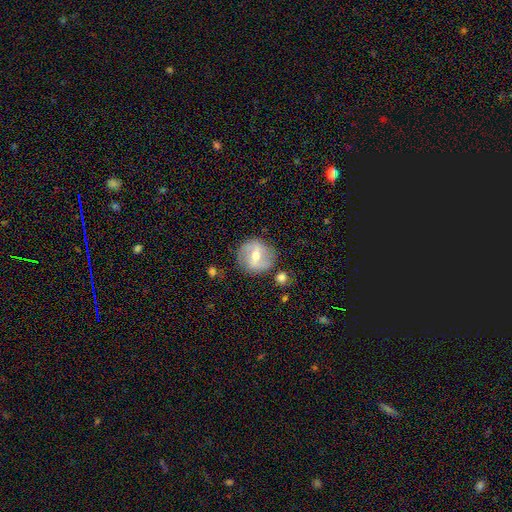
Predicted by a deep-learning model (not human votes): This appears to be a featured or disk galaxy (59%) with a strong bar (45%), spiral arms (56%) and a moderate central bulge (69%). Merging: none (80%).